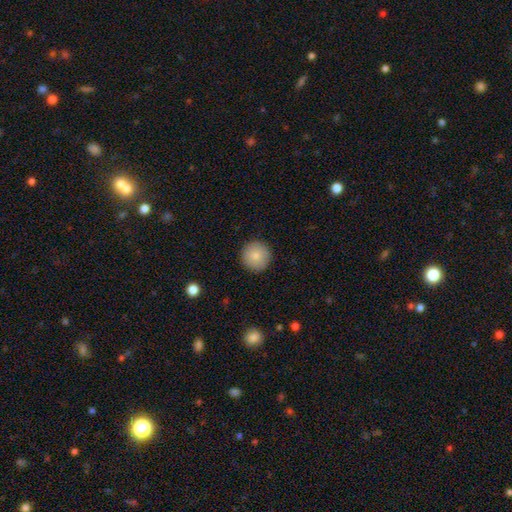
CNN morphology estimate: smooth 84%, featured or disk 8%, star or artifact 8%. Down the decision tree: how rounded — round (96%); merging — none (92%).